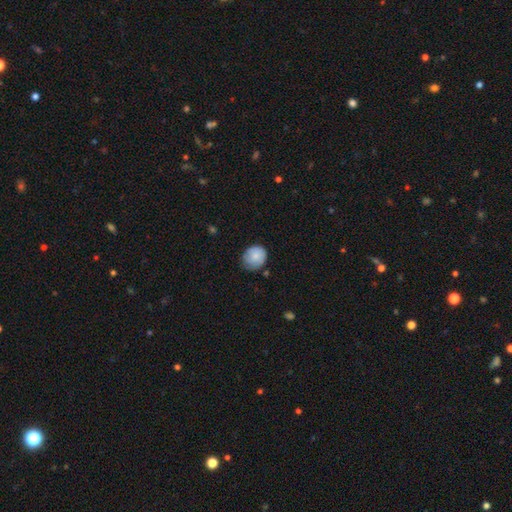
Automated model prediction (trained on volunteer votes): Smooth or featured? Predicted: smooth (p=0.80). How rounded? Predicted: round (p=0.68). Merging? Predicted: none (p=0.63).